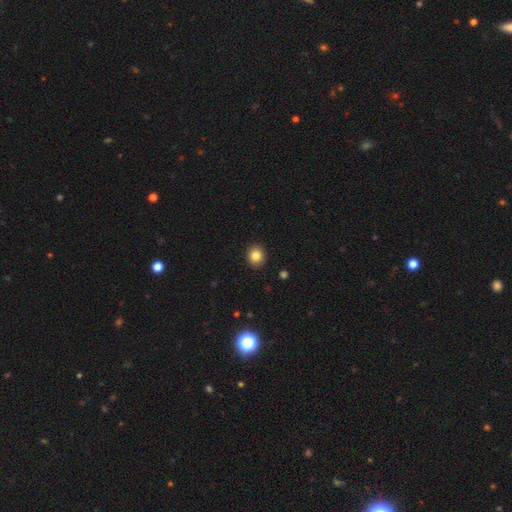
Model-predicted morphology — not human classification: smooth 83%, star or artifact 11%, featured or disk 6%. Down the decision tree: how rounded — round (75%); merging — none (92%).